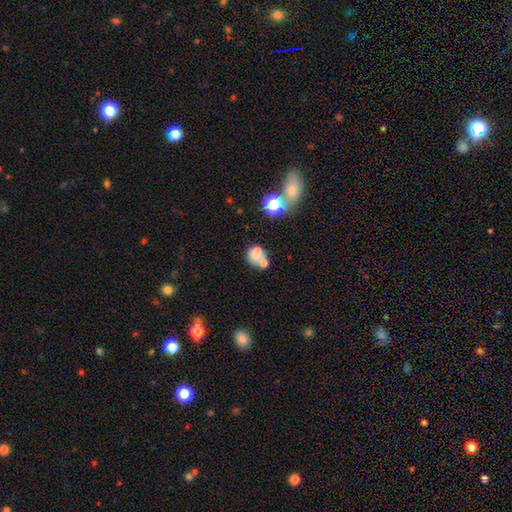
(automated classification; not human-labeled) Q: Smooth or featured?
A: smooth (67%); runner-up: featured or disk (20%)
Q: How rounded?
A: round (68%); runner-up: in between (31%)
Q: Merging?
A: merger (43%); runner-up: none (37%)